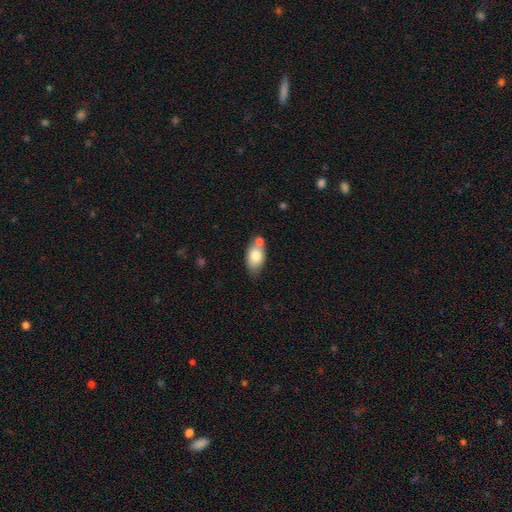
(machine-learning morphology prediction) This appears to be a smooth galaxy with no disk features (75%) that is in between round and cigar-shaped (89%). Merging: none (51%).